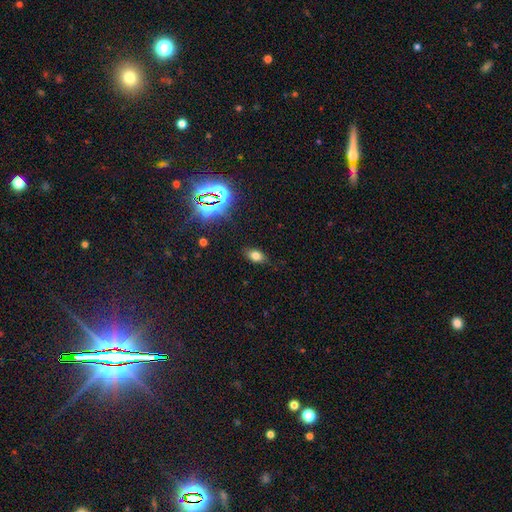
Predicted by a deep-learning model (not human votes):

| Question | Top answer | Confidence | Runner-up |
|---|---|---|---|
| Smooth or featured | smooth | 73% | star or artifact (18%) |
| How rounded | in between | 84% | round (13%) |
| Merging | none | 83% | minor disturbance (12%) |